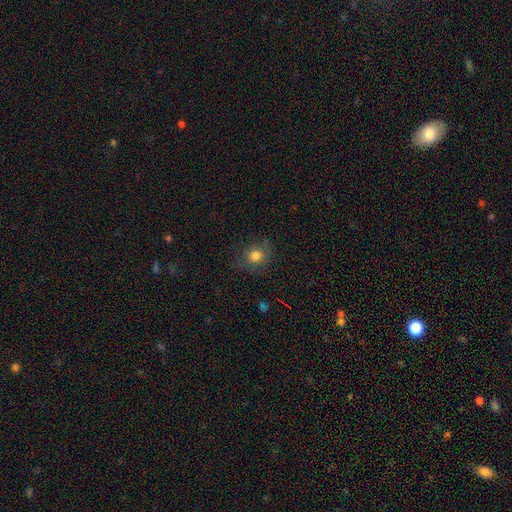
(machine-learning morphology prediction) A smooth galaxy with no disk features (77%) that is round (79%).

Vote fractions:
- Smooth or featured? smooth: 77% / star or artifact: 13% / featured or disk: 10%
- How rounded? round: 79% / in between: 20% / cigar-shaped: 1%
- Merging? none: 77% / minor disturbance: 16% / major disturbance: 6% / merger: 1%